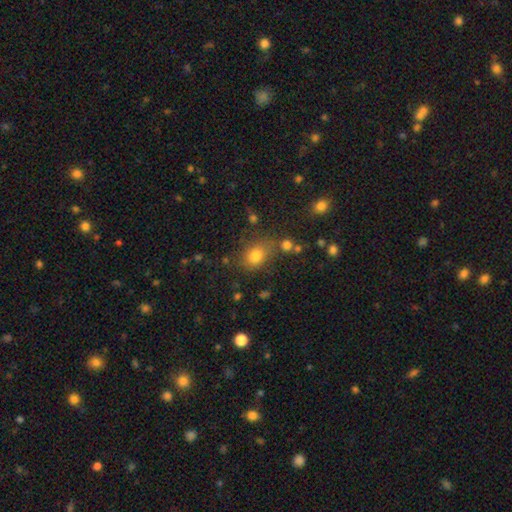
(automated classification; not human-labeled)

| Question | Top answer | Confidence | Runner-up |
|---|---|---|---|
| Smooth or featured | smooth | 78% | star or artifact (14%) |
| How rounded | in between | 58% | round (41%) |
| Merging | none | 70% | minor disturbance (16%) |